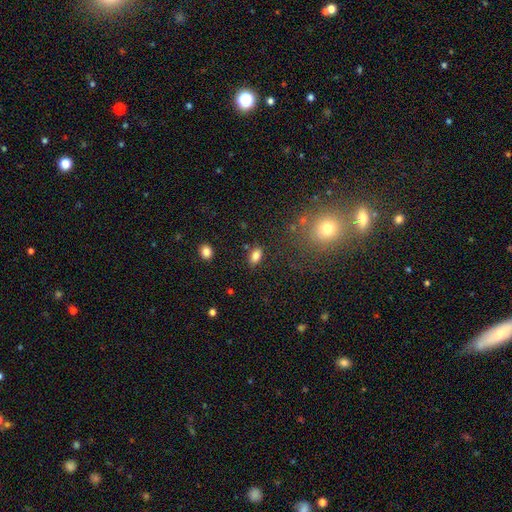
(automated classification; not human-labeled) A smooth galaxy with no disk features (83%) that is in between round and cigar-shaped (88%).

Vote fractions:
- Smooth or featured? smooth: 83% / star or artifact: 10% / featured or disk: 7%
- How rounded? in between: 88% / round: 9% / cigar-shaped: 3%
- Merging? none: 82% / minor disturbance: 11% / merger: 3% / major disturbance: 3%